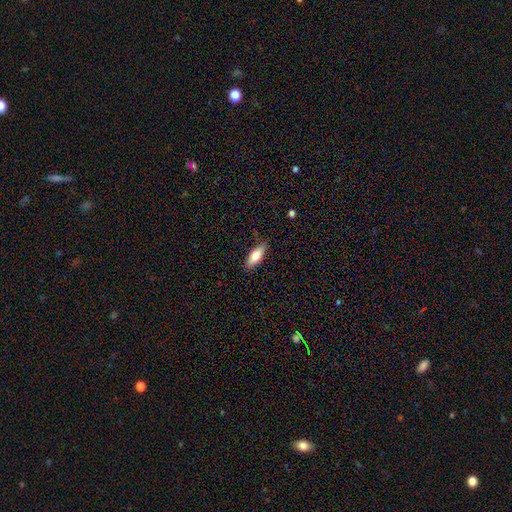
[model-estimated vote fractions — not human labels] smooth_or_featured: smooth (p=0.77) [alt: featured or disk p=0.16]
how_rounded: in between (p=0.71) [alt: cigar-shaped p=0.27]
merging: none (p=0.82) [alt: minor disturbance p=0.14]